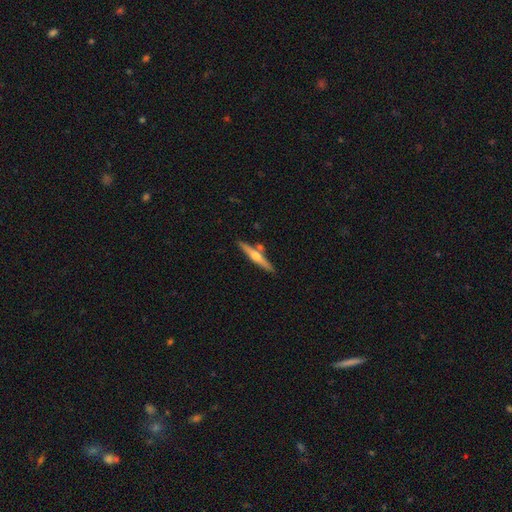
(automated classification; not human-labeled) Smooth or featured?
  - featured or disk: 66% *
  - smooth: 28%
  - star or artifact: 5%
Edge-on disk?
  - yes: 97% *
  - no: 3%
Edge-on bulge?
  - rounded: 92% *
  - none: 4%
  - boxy: 4%
Merging?
  - none: 82% *
  - minor disturbance: 9%
  - merger: 8%
  - major disturbance: 2%